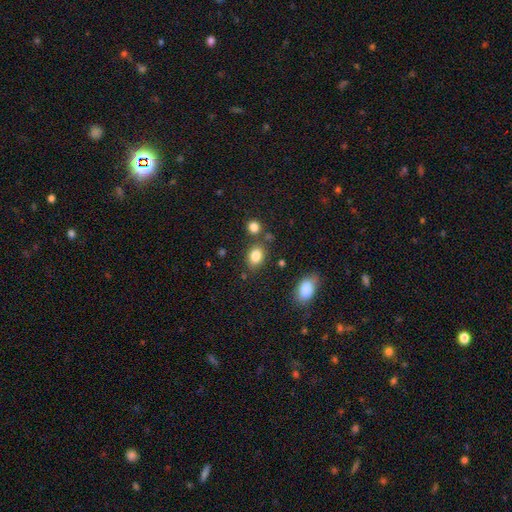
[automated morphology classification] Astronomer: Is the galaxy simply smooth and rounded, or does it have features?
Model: smooth — 84%.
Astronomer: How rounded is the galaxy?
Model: in between — 69%.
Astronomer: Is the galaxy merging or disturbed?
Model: none — 74%.